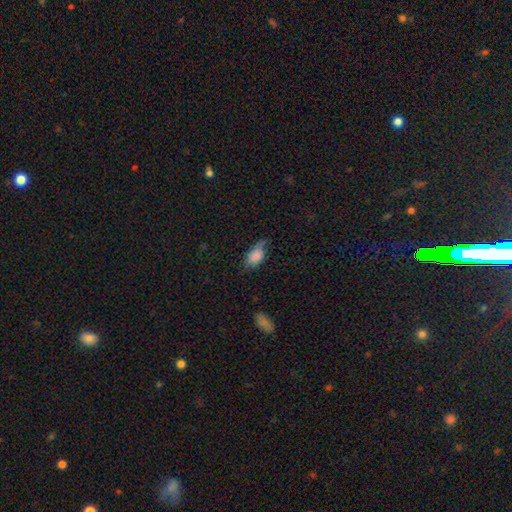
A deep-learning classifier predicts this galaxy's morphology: Overall: smooth (76%). How rounded: in between (90%). Merging: none (47%; minor disturbance 37%).